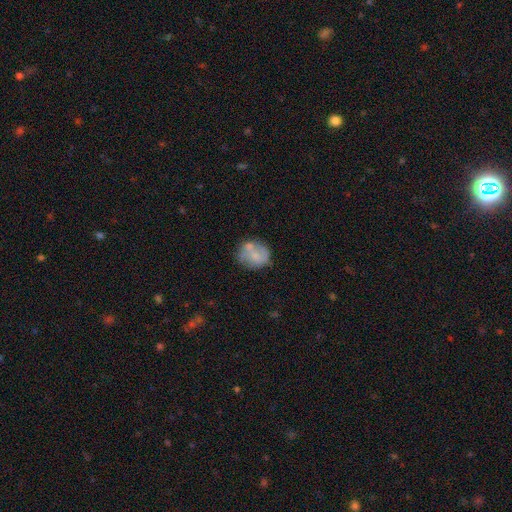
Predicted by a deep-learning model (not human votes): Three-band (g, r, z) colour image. It shows a smooth galaxy with no disk features (56%) that is round (69%). Merging: none (48%).